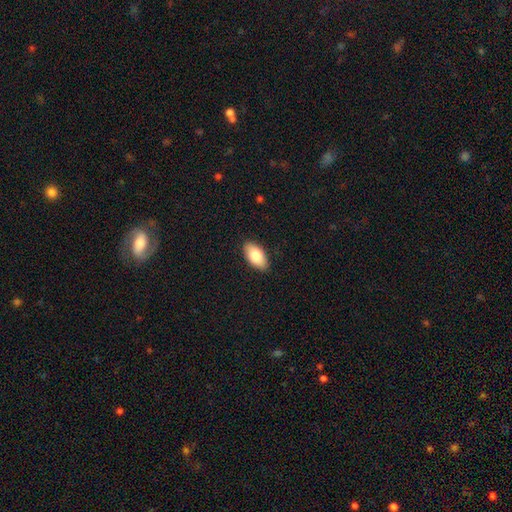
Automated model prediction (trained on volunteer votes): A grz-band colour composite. It shows a smooth galaxy with no disk features (82%) that is in between round and cigar-shaped (94%). Merging: none (88%).